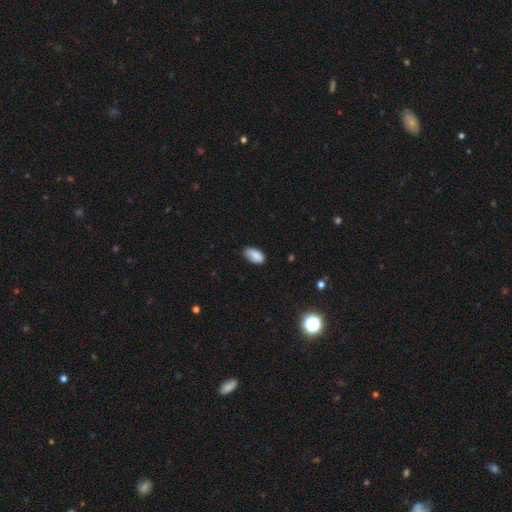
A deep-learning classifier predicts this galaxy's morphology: Smooth or featured? Predicted: smooth (p=0.87). How rounded? Predicted: in between (p=0.94). Merging? Predicted: none (p=0.71).